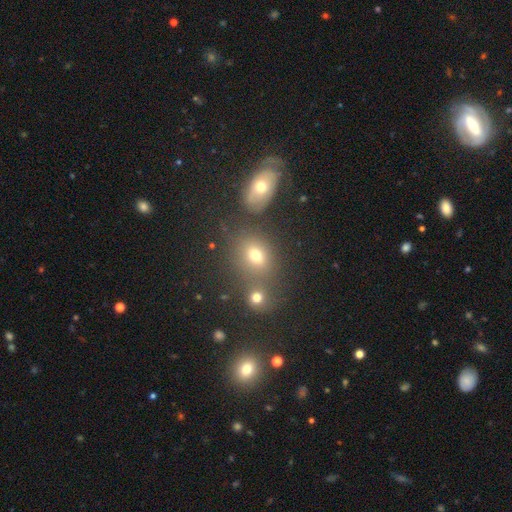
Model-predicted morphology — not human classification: Smooth or featured: smooth — 71% (star or artifact — 18%)
How rounded: round — 55% (in between — 44%)
Merging: none — 55% (merger — 29%)